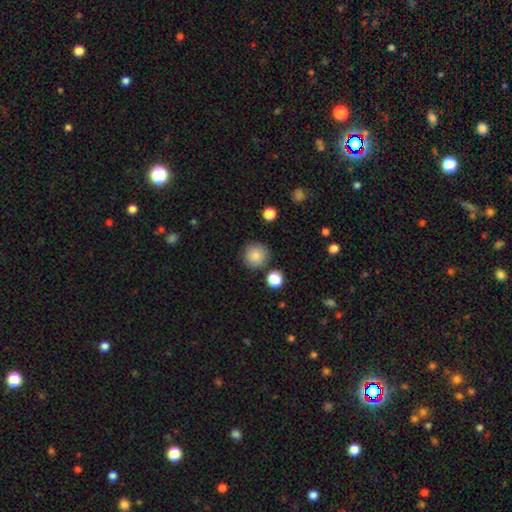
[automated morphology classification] Smooth or featured? Predicted: smooth (p=0.85). How rounded? Predicted: round (p=0.94). Merging? Predicted: none (p=0.84).